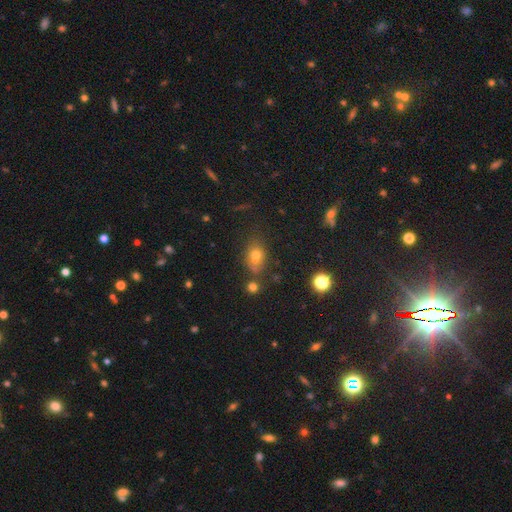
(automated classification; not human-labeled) Smooth or featured?
  - smooth: 66% *
  - star or artifact: 22%
  - featured or disk: 12%
How rounded?
  - in between: 66% *
  - round: 32%
  - cigar-shaped: 3%
Merging?
  - none: 63% *
  - minor disturbance: 19%
  - merger: 11%
  - major disturbance: 7%